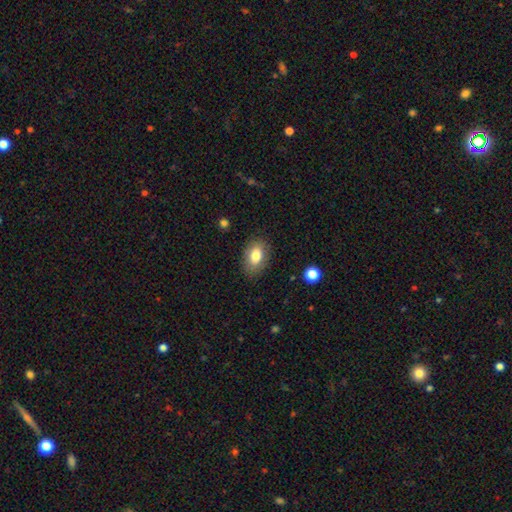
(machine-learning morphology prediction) A smooth galaxy with no disk features (79%) that is in between round and cigar-shaped (87%). Merging: none (83%).